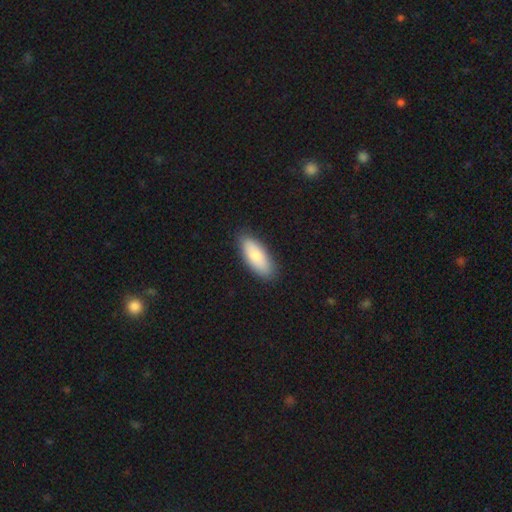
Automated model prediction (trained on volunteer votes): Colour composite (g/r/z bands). It shows a smooth galaxy with no disk features (83%) that is in between round and cigar-shaped (79%). Merging: none (86%).